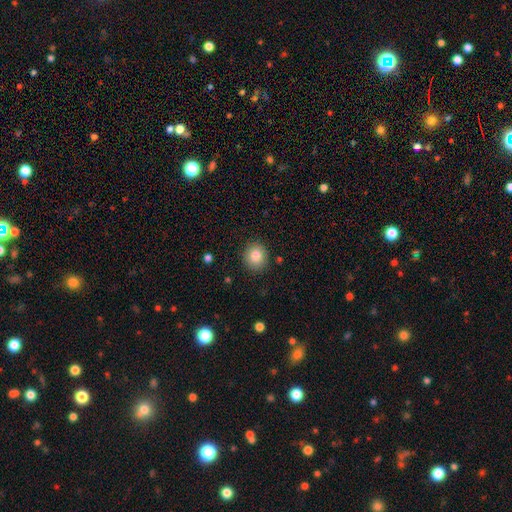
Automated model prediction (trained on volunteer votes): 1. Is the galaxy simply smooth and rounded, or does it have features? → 82% smooth, 10% star or artifact, 8% featured or disk.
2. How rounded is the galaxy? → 84% round, 15% in between, 1% cigar-shaped.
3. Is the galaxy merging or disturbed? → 89% none, 7% minor disturbance, 2% major disturbance, 1% merger.